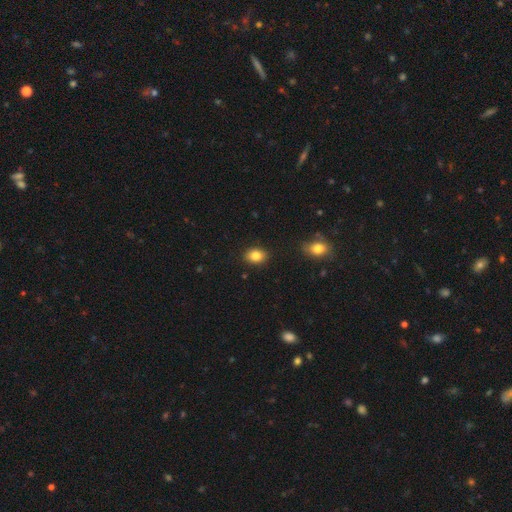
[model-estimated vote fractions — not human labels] A smooth galaxy with no disk features (84%) that is in between round and cigar-shaped (60%).

Vote fractions:
- Smooth or featured? smooth: 84% / star or artifact: 10% / featured or disk: 6%
- How rounded? in between: 60% / round: 39% / cigar-shaped: 1%
- Merging? none: 88% / minor disturbance: 8% / major disturbance: 2% / merger: 1%